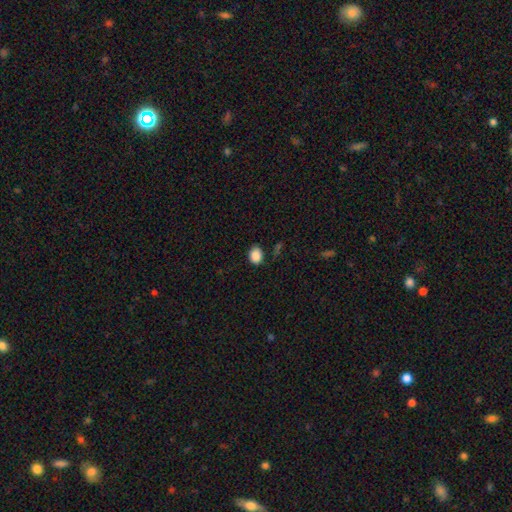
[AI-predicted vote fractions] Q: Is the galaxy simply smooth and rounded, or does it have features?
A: smooth — 88%.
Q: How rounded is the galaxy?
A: in between — 59%.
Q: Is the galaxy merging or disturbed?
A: none — 79%.